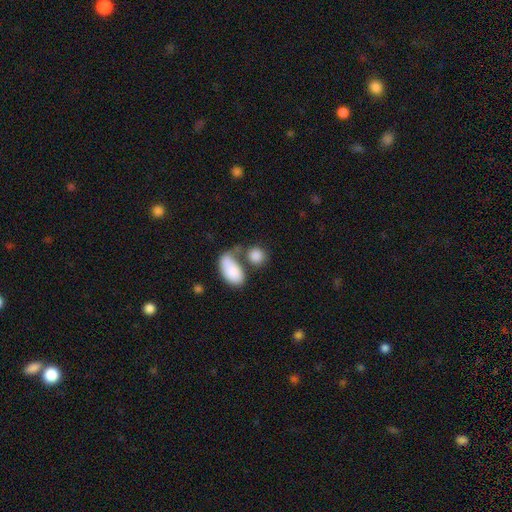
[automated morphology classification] A smooth galaxy with no disk features (86%) that is in between round and cigar-shaped (52%). Merging: none (45%).